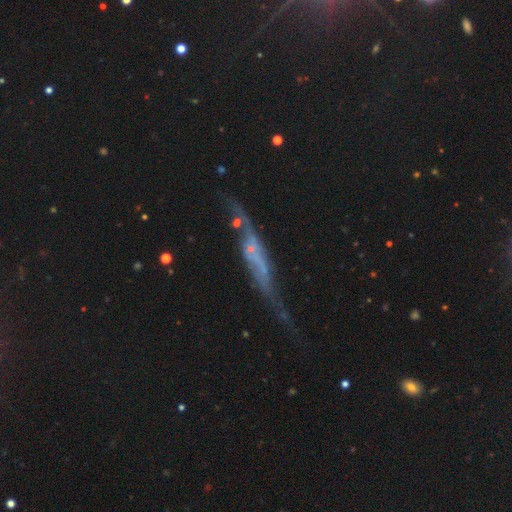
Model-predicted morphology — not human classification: Smooth or featured? featured or disk (68%)
Edge-on disk? yes (71%)
Merging? none (48%)